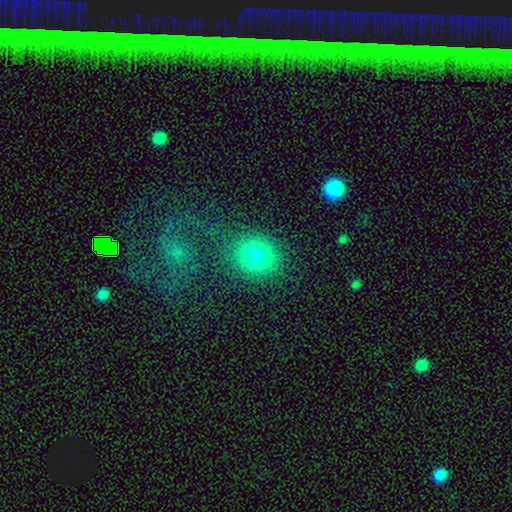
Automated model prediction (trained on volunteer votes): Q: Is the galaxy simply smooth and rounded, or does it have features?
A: smooth — 81%.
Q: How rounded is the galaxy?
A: round — 69%.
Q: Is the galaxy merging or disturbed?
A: none — 73%.